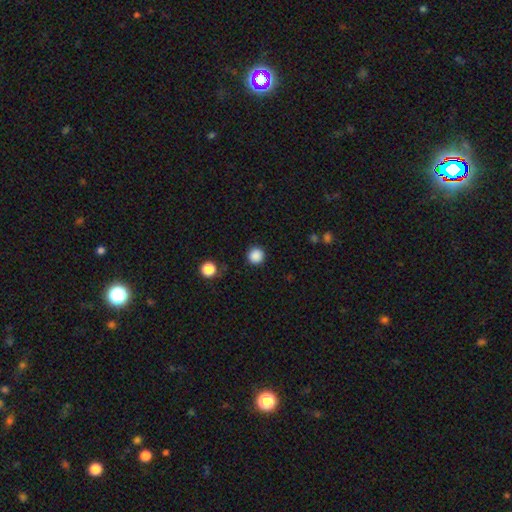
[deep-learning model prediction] Overall: smooth (87%). How rounded: round (95%). Merging: none (90%).